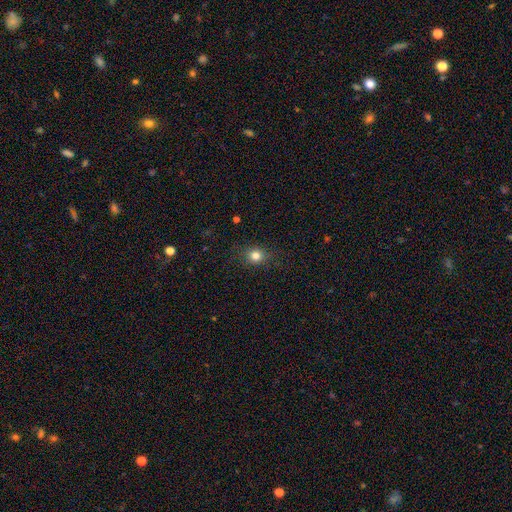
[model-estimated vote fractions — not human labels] Overall: smooth (80%). How rounded: round (73%). Merging: none (85%).